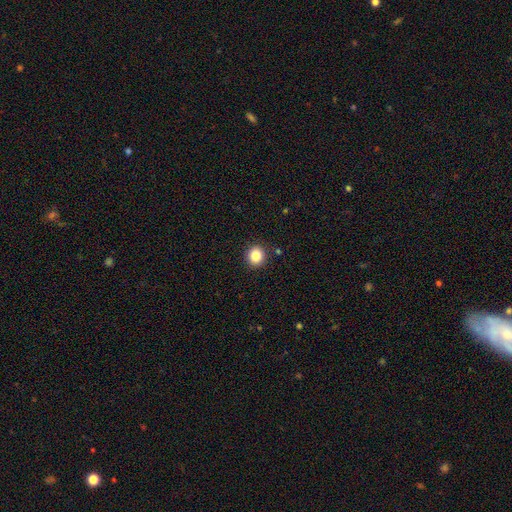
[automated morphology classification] The model was most divided on "smooth or featured": smooth: 85%, star or artifact: 10%, featured or disk: 5%. More confident: merging — none (90%); how rounded — round (88%).